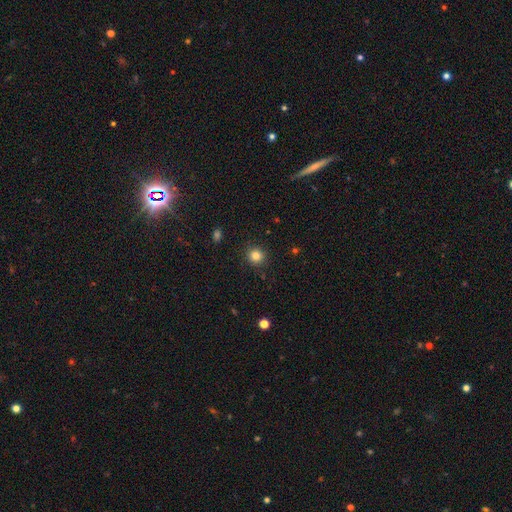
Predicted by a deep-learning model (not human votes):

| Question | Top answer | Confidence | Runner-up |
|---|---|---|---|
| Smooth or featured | smooth | 83% | star or artifact (12%) |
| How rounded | round | 92% | in between (7%) |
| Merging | none | 91% | minor disturbance (6%) |